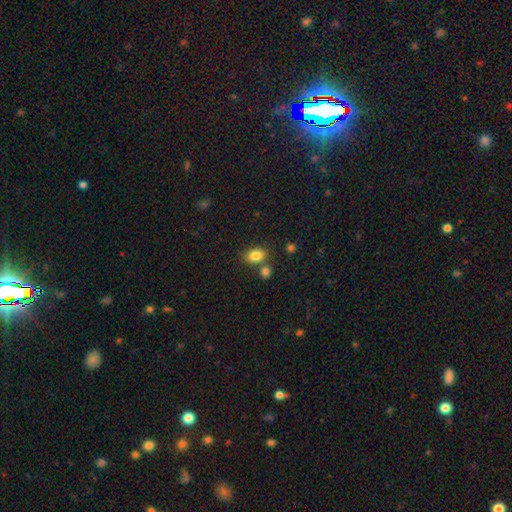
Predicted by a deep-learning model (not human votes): This appears to be a smooth galaxy with no disk features (84%) that is in between round and cigar-shaped (80%). Merging: none (68%).